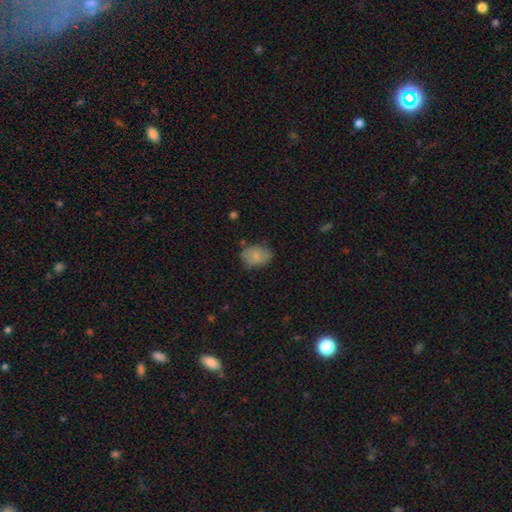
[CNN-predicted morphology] Smooth or featured? Predicted: smooth (p=0.75). How rounded? Predicted: in between (p=0.72). Merging? Predicted: none (p=0.64).